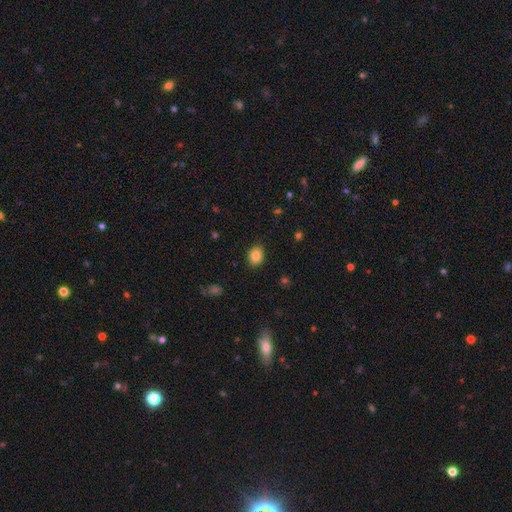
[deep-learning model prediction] This is clearly a smooth galaxy (84%). How rounded: possibly in between (50%). Merging: clearly none (88%).